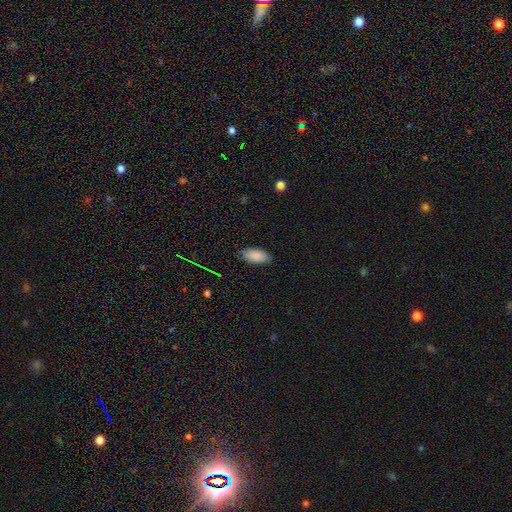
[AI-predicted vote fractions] Morphology: type=smooth (88%); roundness=in between (91%); merging=none (86%).